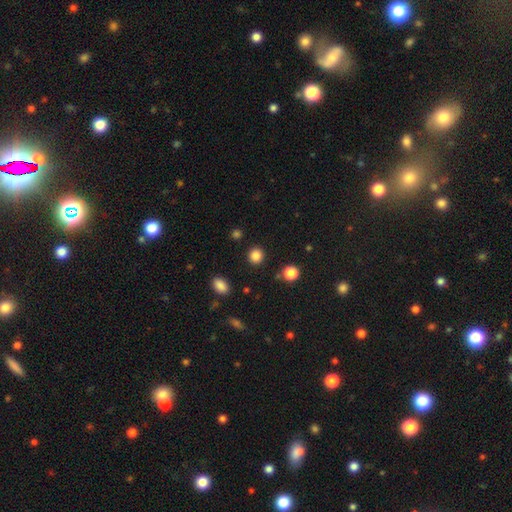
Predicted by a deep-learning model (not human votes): Smooth or featured: smooth — 85% (star or artifact — 12%)
How rounded: round — 90% (in between — 9%)
Merging: none — 90% (minor disturbance — 5%)